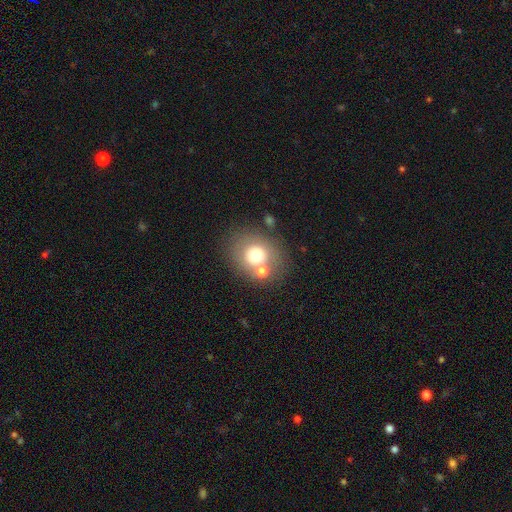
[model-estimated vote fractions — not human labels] Overall: smooth (66%). How rounded: round (69%; in between 31%). Merging: none (63%).